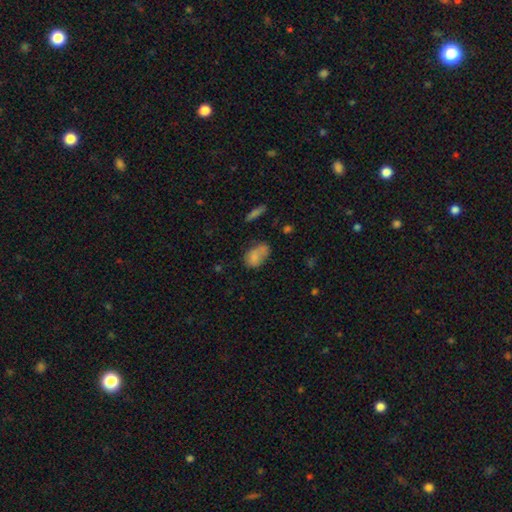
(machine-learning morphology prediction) This is likely a smooth galaxy (76%). How rounded: clearly in between (85%). Merging: marginally none (39%).